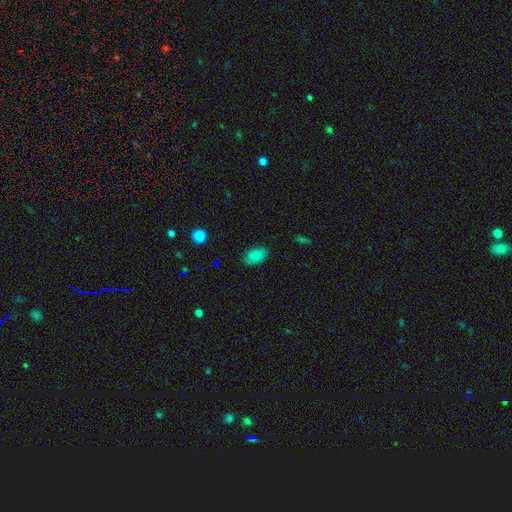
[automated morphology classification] A smooth galaxy with no disk features (84%) that is in between round and cigar-shaped (91%). Merging: none (83%).